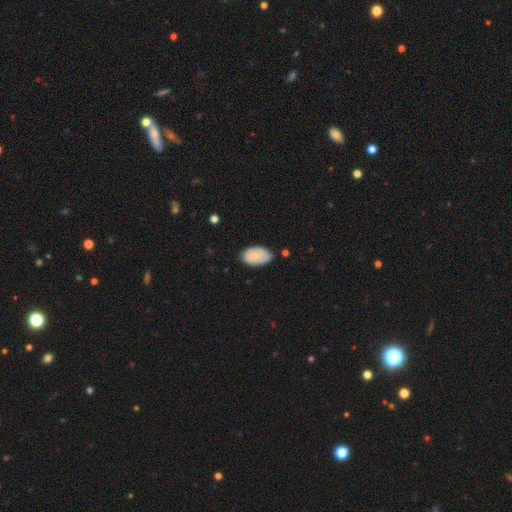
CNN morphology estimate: type=smooth (64%); roundness=in between (93%); merging=none (76%).